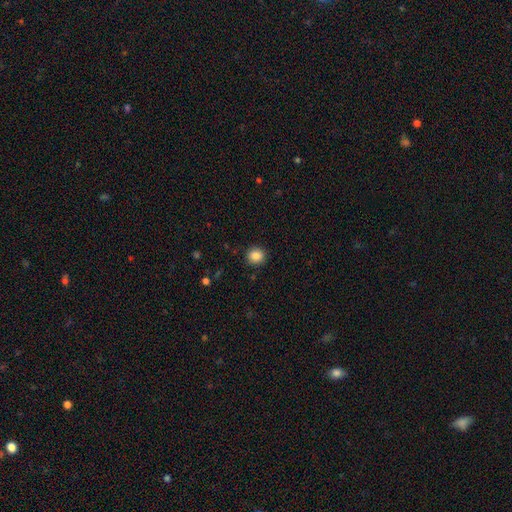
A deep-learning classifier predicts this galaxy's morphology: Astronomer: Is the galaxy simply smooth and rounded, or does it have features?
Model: smooth — 86%.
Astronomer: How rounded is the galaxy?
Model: round — 88%.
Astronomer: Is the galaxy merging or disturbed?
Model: none — 91%.